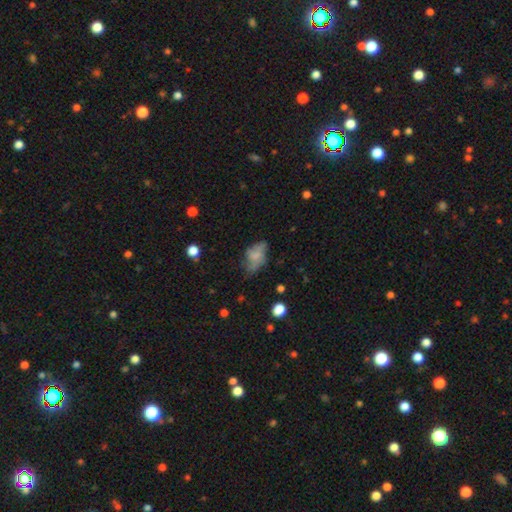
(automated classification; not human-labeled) smooth 61%, featured or disk 28%, star or artifact 11%. Down the decision tree: how rounded — in between (87%); merging — none (41%).